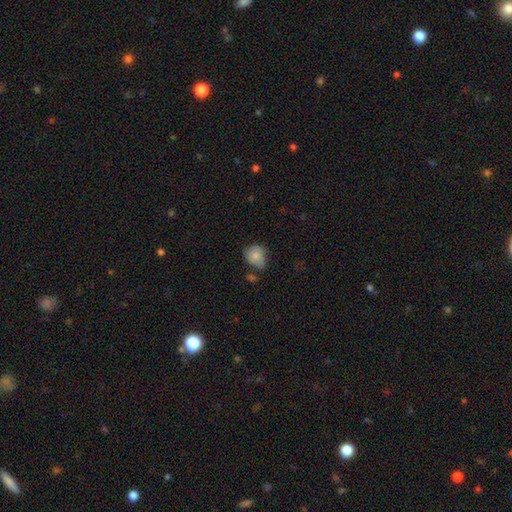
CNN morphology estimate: Smooth or featured?
  - smooth: 77% *
  - featured or disk: 15%
  - star or artifact: 8%
How rounded?
  - round: 60% *
  - in between: 39%
  - cigar-shaped: 1%
Merging?
  - none: 50% *
  - minor disturbance: 34%
  - major disturbance: 8%
  - merger: 8%